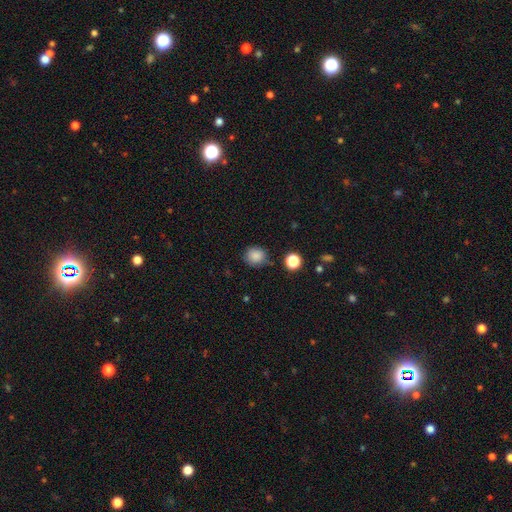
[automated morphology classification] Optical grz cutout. It shows a smooth galaxy with no disk features (85%) that is round (84%). Merging: none (80%).